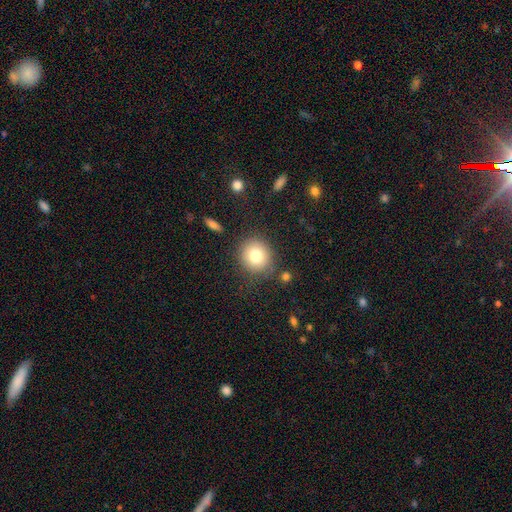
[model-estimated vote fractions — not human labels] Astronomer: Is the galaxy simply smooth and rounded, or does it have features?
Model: smooth — 78%.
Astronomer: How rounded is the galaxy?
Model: round — 85%.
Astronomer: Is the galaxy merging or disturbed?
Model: none — 83%.